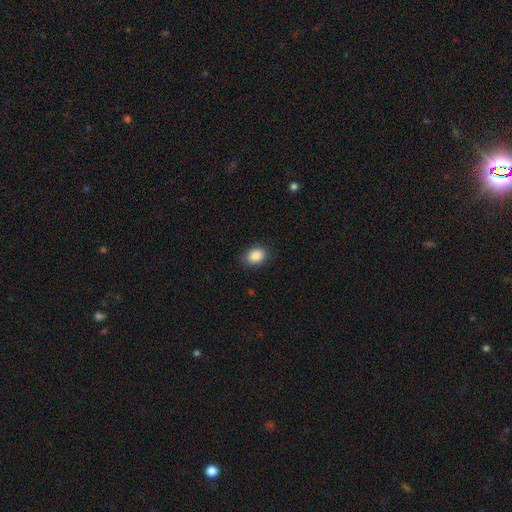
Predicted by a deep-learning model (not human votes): Overall: smooth (88%). How rounded: in between (70%). Merging: none (86%).